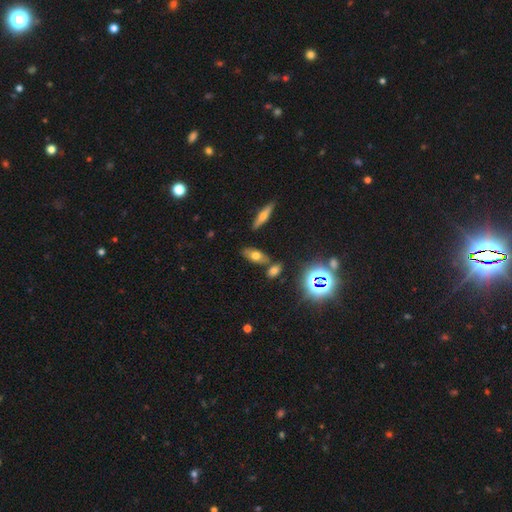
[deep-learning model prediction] smooth-or-featured: smooth: 59% | featured or disk: 24% | star or artifact: 18%
  how-rounded: in between: 79% | cigar-shaped: 13% | round: 8%
  merging: none: 72% | minor disturbance: 13% | merger: 12% | major disturbance: 4%